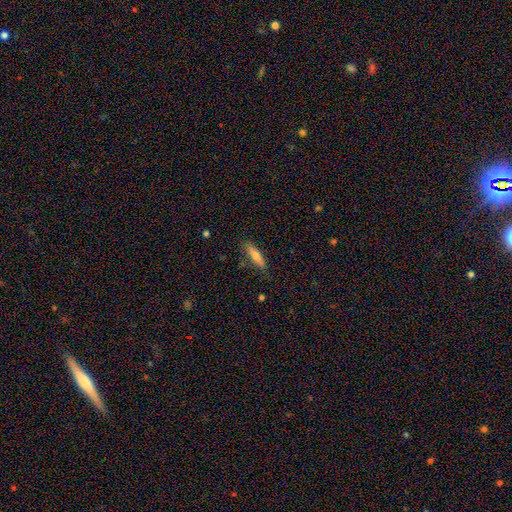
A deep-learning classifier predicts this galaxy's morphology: The model was most divided on "how rounded": cigar-shaped: 67%, in between: 31%, round: 2%. More confident: merging — none (82%); smooth or featured — smooth (70%).